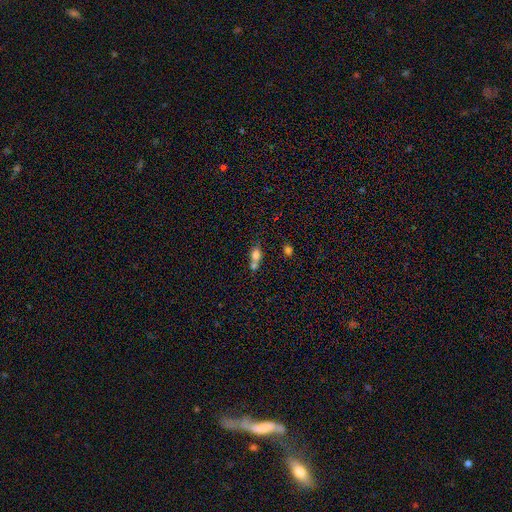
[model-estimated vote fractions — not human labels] smooth_or_featured: smooth (p=0.75) [alt: featured or disk p=0.14]
how_rounded: in between (p=0.60) [alt: round p=0.33]
merging: merger (p=0.56) [alt: none p=0.29]